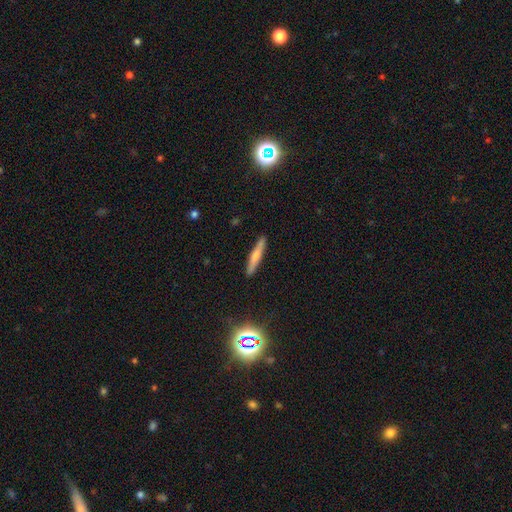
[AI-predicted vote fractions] The model was most divided on "smooth or featured": smooth: 63%, featured or disk: 31%, star or artifact: 6%. More confident: how rounded — cigar-shaped (93%); merging — none (89%).